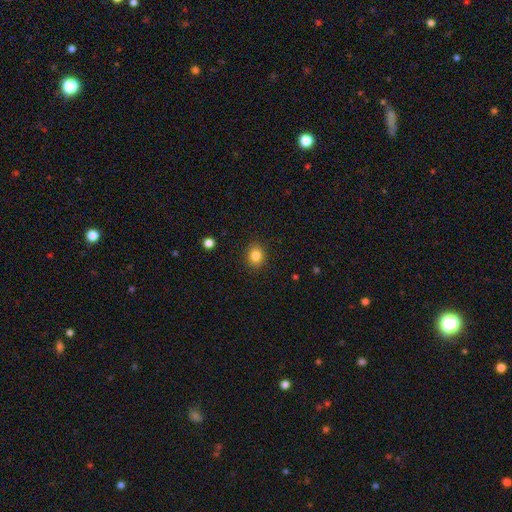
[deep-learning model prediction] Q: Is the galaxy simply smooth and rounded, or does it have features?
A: smooth — 85%.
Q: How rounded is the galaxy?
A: round — 66%.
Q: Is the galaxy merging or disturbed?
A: none — 89%.